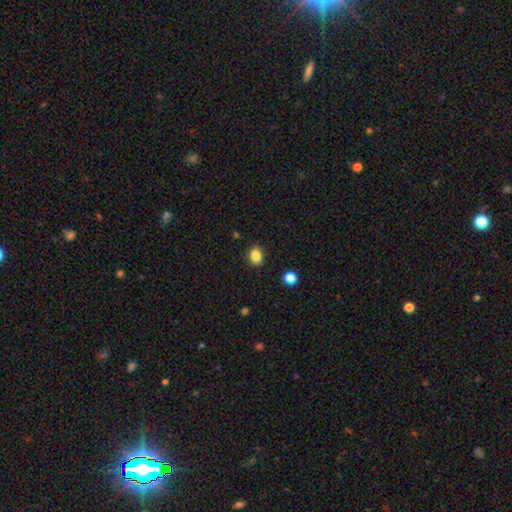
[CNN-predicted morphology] A smooth galaxy with no disk features (85%) that is round (55%). Merging: none (89%).